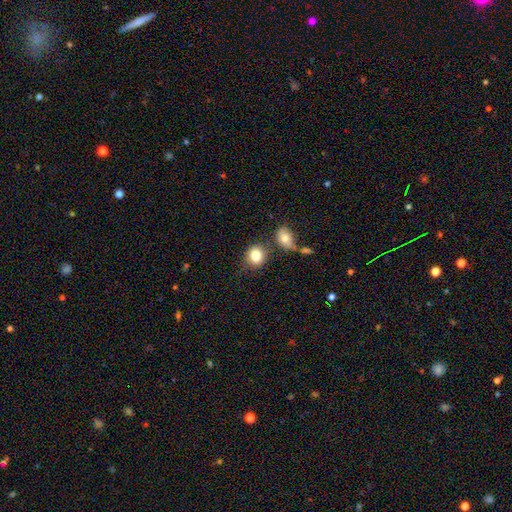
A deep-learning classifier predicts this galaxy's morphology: This appears to be a smooth galaxy with no disk features (82%) that is round (71%). Merging: none (64%).